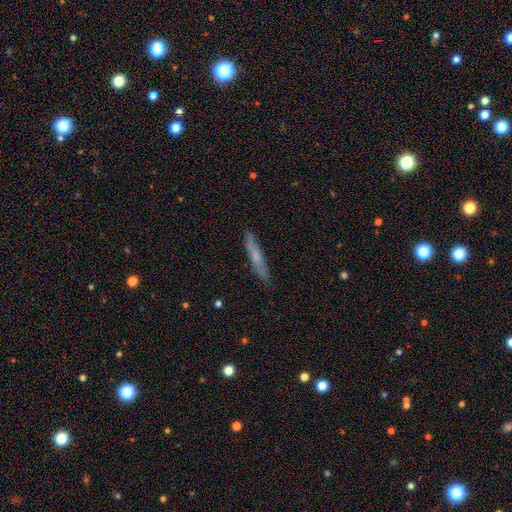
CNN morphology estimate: Smooth or featured? Predicted: smooth (p=0.59). How rounded? Predicted: cigar-shaped (p=0.93). Merging? Predicted: none (p=0.87).